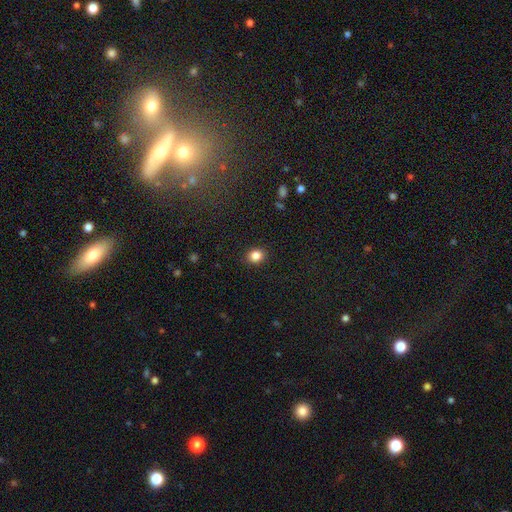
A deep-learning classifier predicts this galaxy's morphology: Smooth or featured: smooth — 84% (star or artifact — 11%)
How rounded: round — 69% (in between — 30%)
Merging: none — 90% (minor disturbance — 7%)